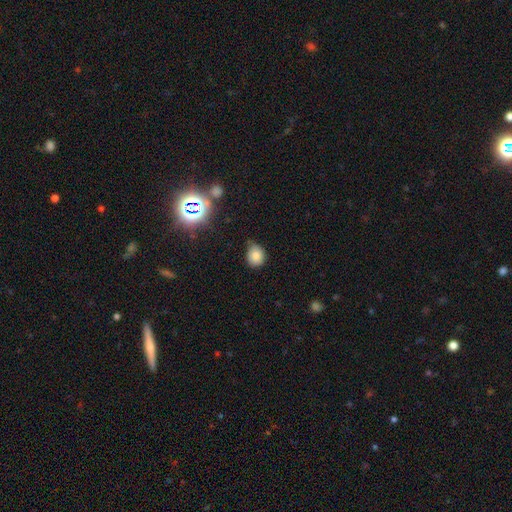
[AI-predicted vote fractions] A smooth galaxy with no disk features (79%) that is round (69%).

Vote fractions:
- Smooth or featured? smooth: 79% / star or artifact: 13% / featured or disk: 8%
- How rounded? round: 69% / in between: 30% / cigar-shaped: 1%
- Merging? none: 63% / minor disturbance: 30% / major disturbance: 5% / merger: 2%